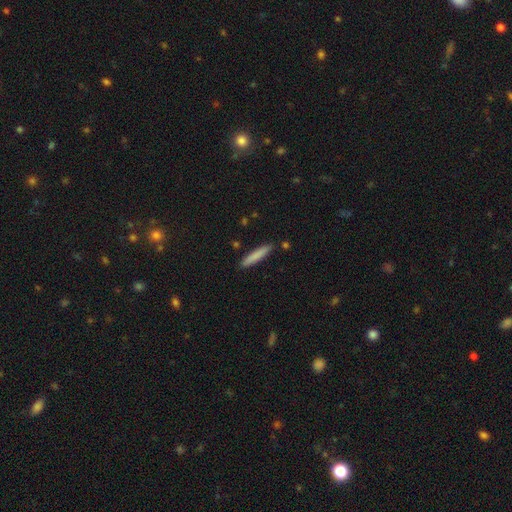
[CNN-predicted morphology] The model was most divided on "smooth or featured": smooth: 82%, featured or disk: 12%, star or artifact: 6%. More confident: how rounded — cigar-shaped (91%); merging — none (88%).